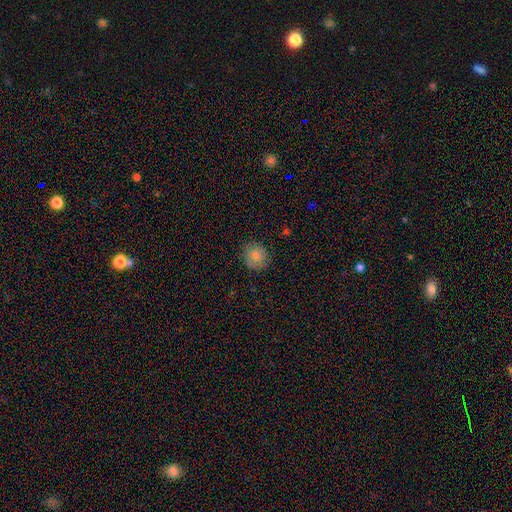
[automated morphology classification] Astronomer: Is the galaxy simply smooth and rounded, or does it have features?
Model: smooth — 82%.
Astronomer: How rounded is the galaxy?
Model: round — 88%.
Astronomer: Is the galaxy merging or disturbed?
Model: none — 83%.